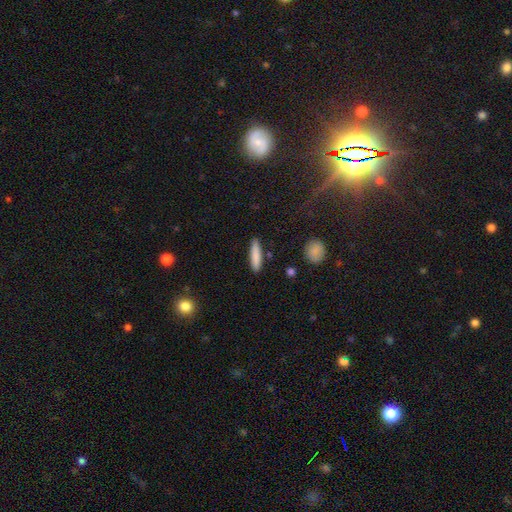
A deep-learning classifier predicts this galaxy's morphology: Q: Smooth or featured?
A: smooth (84%); runner-up: featured or disk (10%)
Q: How rounded?
A: cigar-shaped (83%); runner-up: in between (15%)
Q: Merging?
A: none (87%); runner-up: minor disturbance (9%)